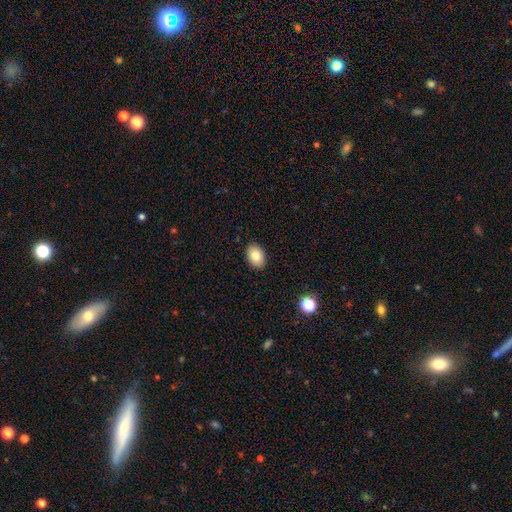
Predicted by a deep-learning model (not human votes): smooth_or_featured: smooth (p=0.80) [alt: featured or disk p=0.11]
how_rounded: in between (p=0.82) [alt: round p=0.17]
merging: none (p=0.89) [alt: minor disturbance p=0.08]